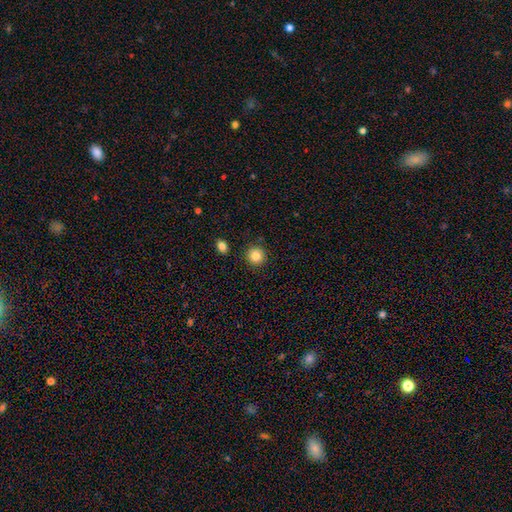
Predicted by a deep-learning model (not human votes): A smooth galaxy with no disk features (85%) that is round (93%).

Vote fractions:
- Smooth or featured? smooth: 85% / star or artifact: 10% / featured or disk: 5%
- How rounded? round: 93% / in between: 6% / cigar-shaped: 1%
- Merging? none: 90% / minor disturbance: 6% / merger: 2% / major disturbance: 2%